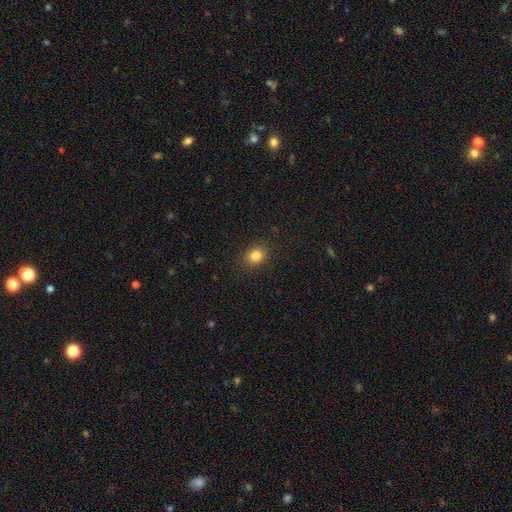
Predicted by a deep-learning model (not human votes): smooth-or-featured: smooth: 84% | star or artifact: 11% | featured or disk: 5%
  how-rounded: round: 64% | in between: 35% | cigar-shaped: 1%
  merging: none: 87% | minor disturbance: 9% | major disturbance: 3% | merger: 1%